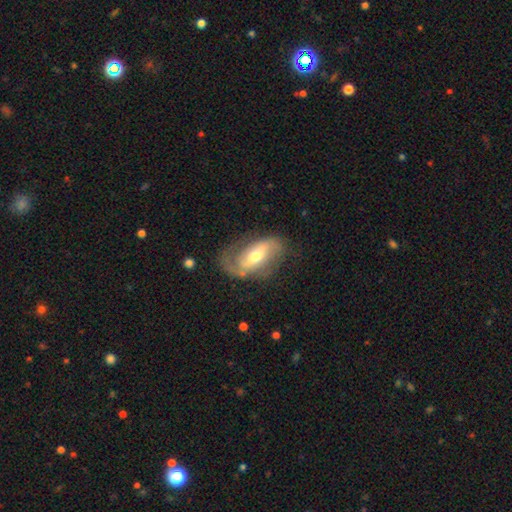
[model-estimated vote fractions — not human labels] This is likely a featured or disk galaxy (76%). It is clearly not viewed edge-on (94%). Bar: marginally weak (39%). Spiral arm pattern: clearly yes (88%). Spiral arm count: likely 2 (71%). Spiral winding: marginally medium (42%). Central bulge: likely moderate (63%). Merging: likely none (62%).